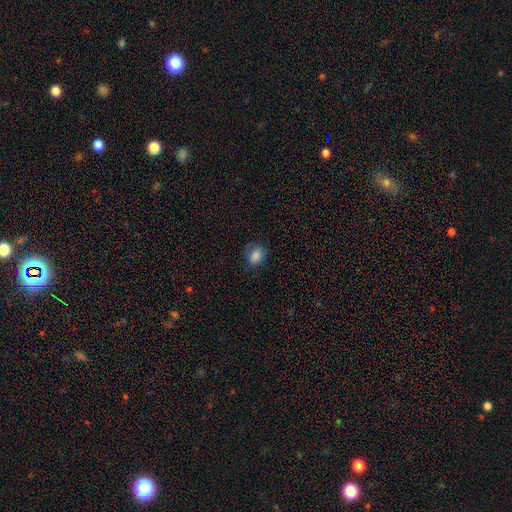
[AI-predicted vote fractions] smooth_or_featured: smooth (p=0.84) [alt: star or artifact p=0.10]
how_rounded: in between (p=0.53) [alt: round p=0.46]
merging: none (p=0.69) [alt: minor disturbance p=0.22]